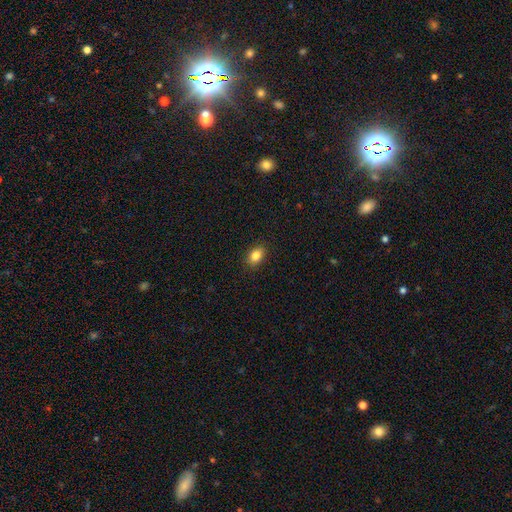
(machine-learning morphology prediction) This appears to be a smooth galaxy with no disk features (85%) that is in between round and cigar-shaped (79%). Merging: none (89%).